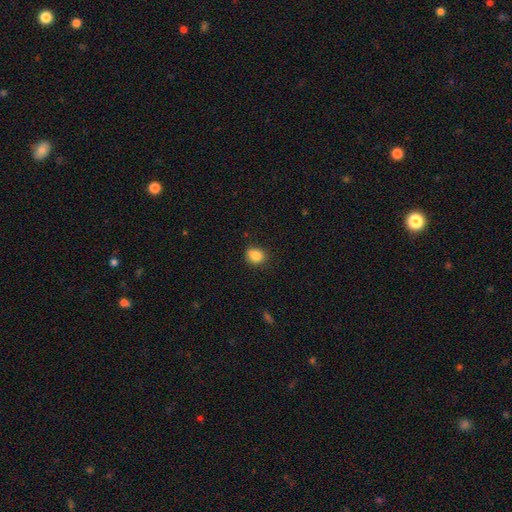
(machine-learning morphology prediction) Smooth or featured?
  - smooth: 85% *
  - star or artifact: 10%
  - featured or disk: 5%
How rounded?
  - round: 58% *
  - in between: 41%
  - cigar-shaped: 1%
Merging?
  - none: 80% *
  - minor disturbance: 16%
  - major disturbance: 3%
  - merger: 1%